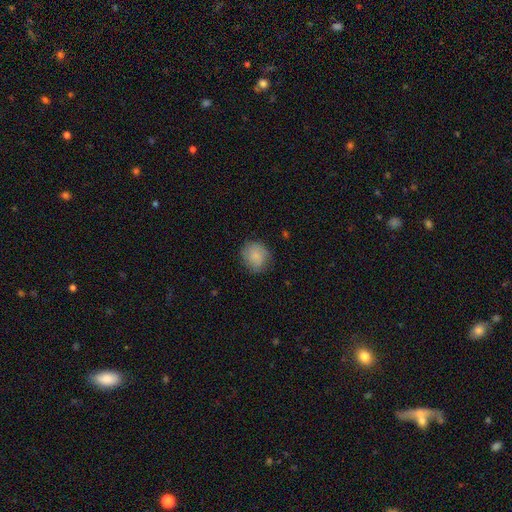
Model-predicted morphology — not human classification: Smooth or featured?
  - smooth: 81% *
  - featured or disk: 11%
  - star or artifact: 8%
How rounded?
  - round: 85% *
  - in between: 15%
  - cigar-shaped: 1%
Merging?
  - none: 77% *
  - minor disturbance: 17%
  - major disturbance: 4%
  - merger: 1%